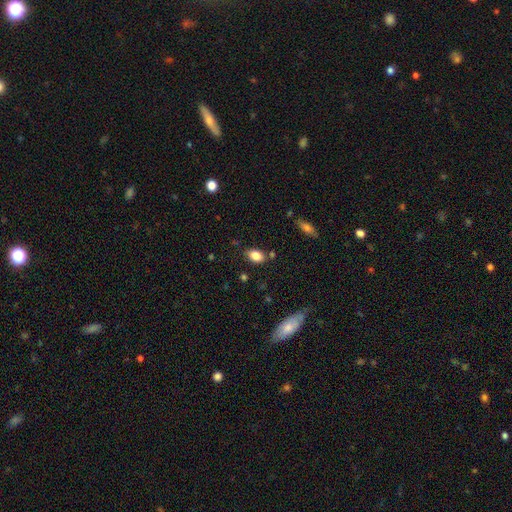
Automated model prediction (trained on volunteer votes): Smooth or featured? Predicted: smooth (p=0.84). How rounded? Predicted: in between (p=0.86). Merging? Predicted: none (p=0.79).